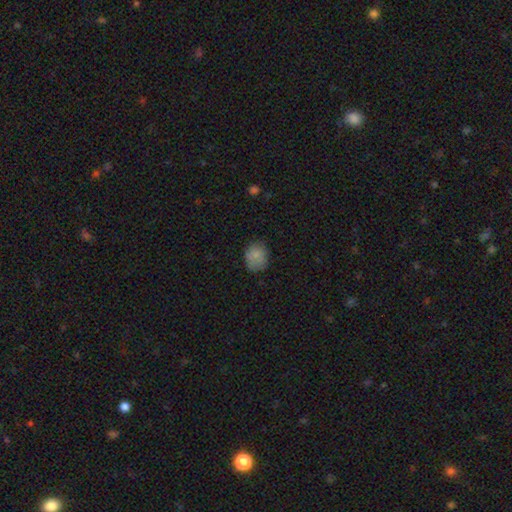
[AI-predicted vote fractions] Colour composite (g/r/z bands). It shows a smooth galaxy with no disk features (81%) that is round (61%). Merging: none (71%).